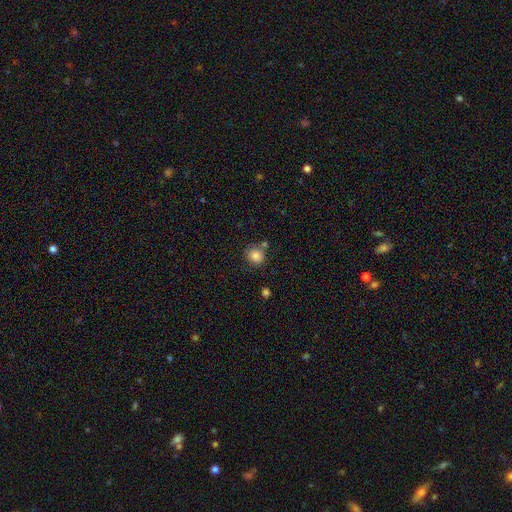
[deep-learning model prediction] This is clearly a smooth galaxy (85%). How rounded: clearly round (86%). Merging: likely none (72%).